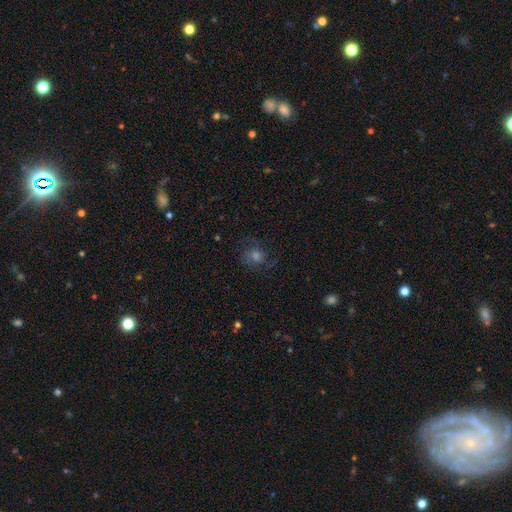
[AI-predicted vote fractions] Smooth or featured? Predicted: featured or disk (p=0.59). Edge-on disk? Predicted: no (p=0.97). Bar? Predicted: no (p=0.72). Spiral arms? Predicted: yes (p=0.92). Spiral winding? Predicted: medium (p=0.50). Spiral arm count? Predicted: 2 (p=0.62). Bulge size? Predicted: moderate (p=0.53). Merging? Predicted: none (p=0.74).